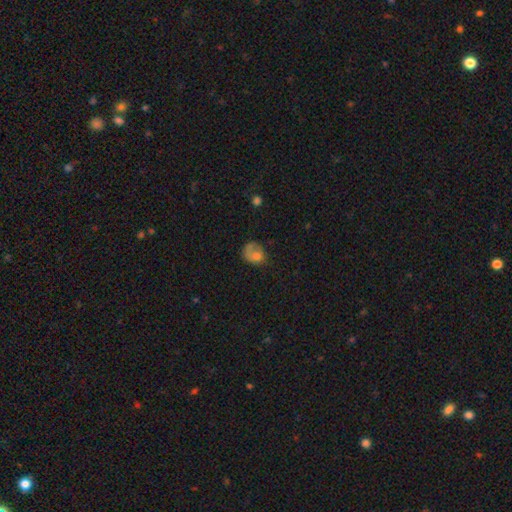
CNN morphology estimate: Smooth or featured? Predicted: smooth (p=0.55). How rounded? Predicted: round (p=0.55). Merging? Predicted: none (p=0.39).